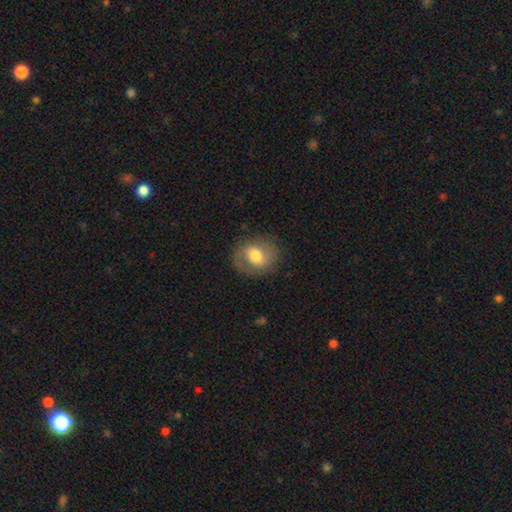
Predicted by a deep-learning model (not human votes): This is possibly a smooth galaxy (54%). How rounded: likely round (70%). Merging: likely none (79%).